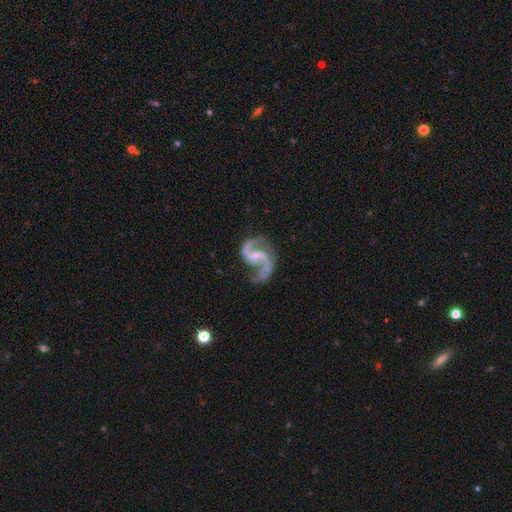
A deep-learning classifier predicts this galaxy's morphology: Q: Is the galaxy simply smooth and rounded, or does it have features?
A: featured or disk — 93%.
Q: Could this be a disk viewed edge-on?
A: no — 98%.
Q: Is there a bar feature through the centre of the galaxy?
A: weak — 48%.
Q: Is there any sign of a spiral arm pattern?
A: yes — 98%.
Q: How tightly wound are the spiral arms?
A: loose — 54%.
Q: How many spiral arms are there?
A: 2 — 93%.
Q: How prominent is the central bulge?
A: small — 63%.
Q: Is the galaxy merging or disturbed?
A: none — 66%.